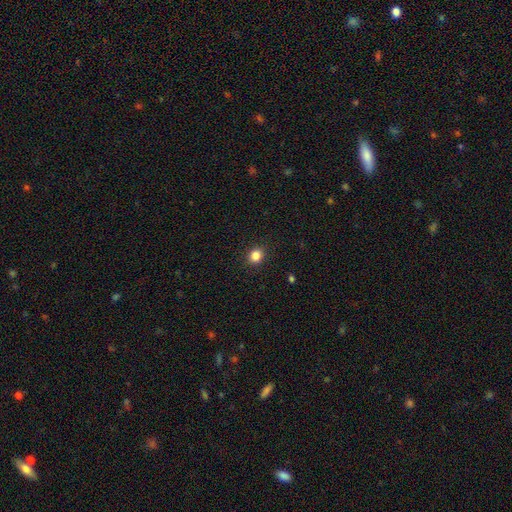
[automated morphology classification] Smooth or featured?
  - smooth: 85% *
  - star or artifact: 11%
  - featured or disk: 4%
How rounded?
  - round: 73% *
  - in between: 26%
  - cigar-shaped: 1%
Merging?
  - none: 90% *
  - minor disturbance: 7%
  - major disturbance: 2%
  - merger: 1%